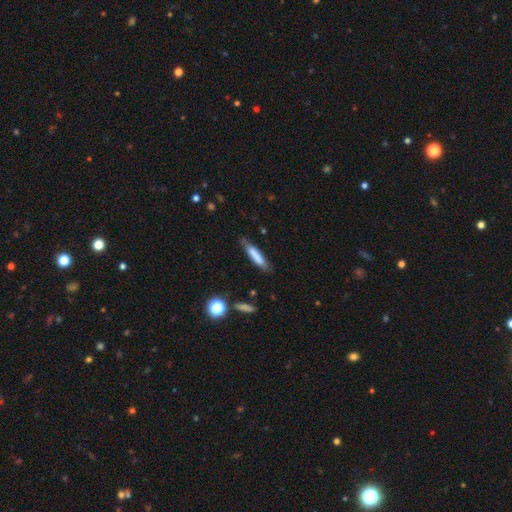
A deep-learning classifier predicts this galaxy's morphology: type=smooth (75%); roundness=cigar-shaped (85%); merging=none (75%).